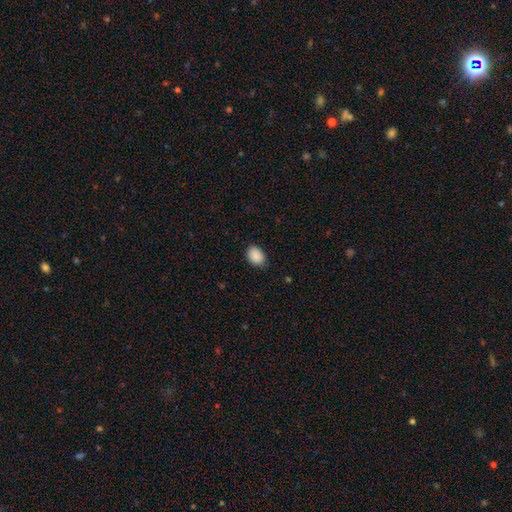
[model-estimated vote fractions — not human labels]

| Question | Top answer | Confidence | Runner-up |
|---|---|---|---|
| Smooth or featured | smooth | 90% | star or artifact (8%) |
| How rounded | in between | 74% | round (25%) |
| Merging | none | 84% | minor disturbance (13%) |